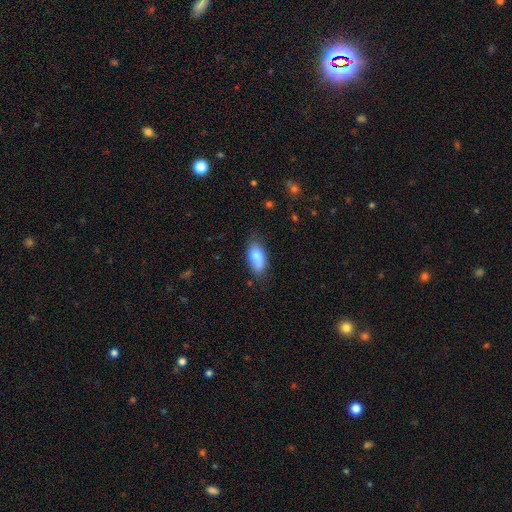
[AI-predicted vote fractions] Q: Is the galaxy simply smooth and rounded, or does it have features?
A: smooth — 76%.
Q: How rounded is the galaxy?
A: in between — 89%.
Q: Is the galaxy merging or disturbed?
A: none — 62%.